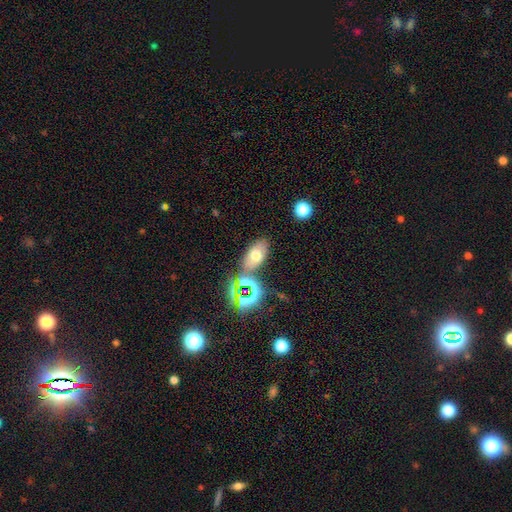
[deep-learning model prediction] Smooth or featured: smooth — 59% (star or artifact — 22%)
How rounded: in between — 88% (round — 9%)
Merging: none — 72% (minor disturbance — 13%)